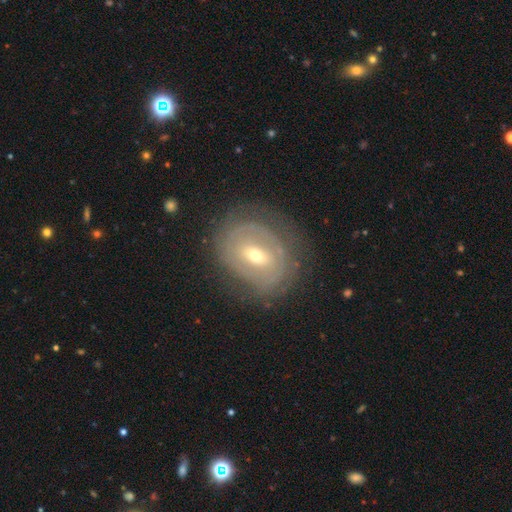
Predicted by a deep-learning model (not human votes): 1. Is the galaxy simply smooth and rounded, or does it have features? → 72% featured or disk, 21% smooth, 7% star or artifact.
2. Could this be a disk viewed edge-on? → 95% no, 5% yes.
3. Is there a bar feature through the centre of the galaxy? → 43% weak, 37% no, 20% strong.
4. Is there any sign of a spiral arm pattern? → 61% yes, 39% no.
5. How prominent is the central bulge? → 51% small, 45% moderate, 2% large, 1% none, 1% dominant.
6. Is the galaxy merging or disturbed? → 71% none, 18% minor disturbance, 9% major disturbance, 1% merger.